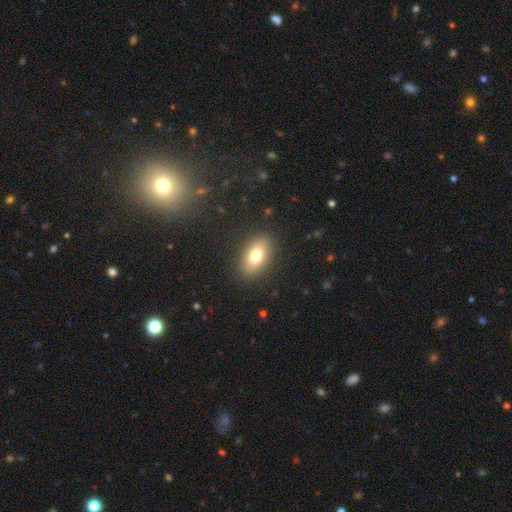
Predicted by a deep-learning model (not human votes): A smooth galaxy with no disk features (75%) that is in between round and cigar-shaped (88%).

Vote fractions:
- Smooth or featured? smooth: 75% / featured or disk: 16% / star or artifact: 9%
- How rounded? in between: 88% / round: 9% / cigar-shaped: 3%
- Merging? none: 87% / minor disturbance: 9% / major disturbance: 3% / merger: 1%